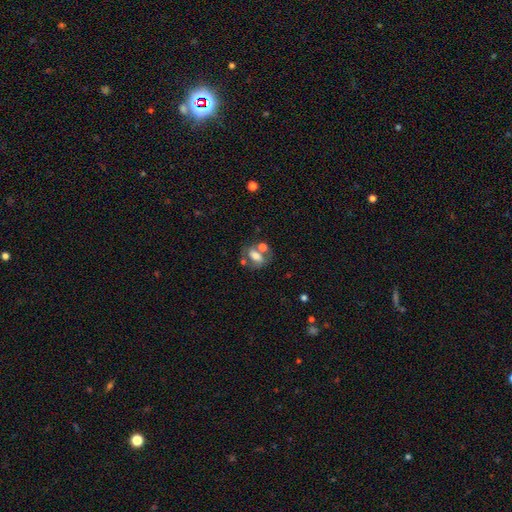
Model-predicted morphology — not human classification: Smooth or featured? smooth (55%)
How rounded? in between (74%)
Merging? none (42%)